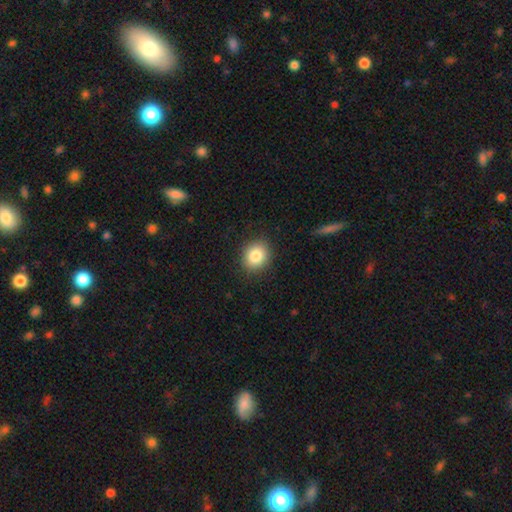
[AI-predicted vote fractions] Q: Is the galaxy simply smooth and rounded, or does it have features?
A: smooth — 84%.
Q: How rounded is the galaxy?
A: round — 71%.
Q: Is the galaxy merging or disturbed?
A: none — 89%.